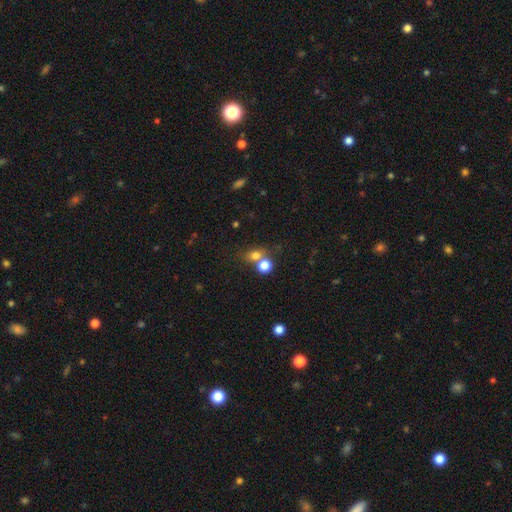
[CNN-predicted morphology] Smooth or featured? smooth (74%)
How rounded? round (55%)
Merging? none (47%)